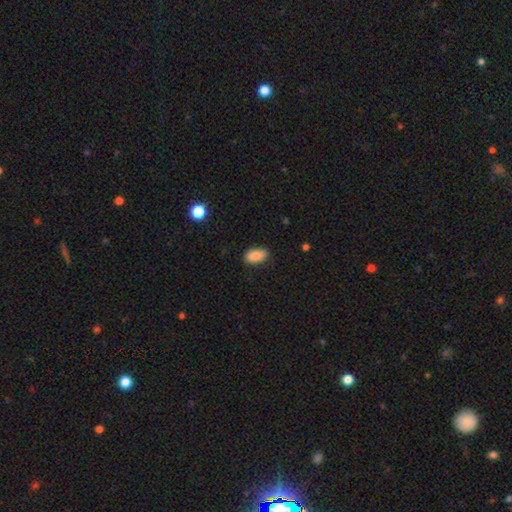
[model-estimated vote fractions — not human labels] Smooth or featured? smooth (87%)
How rounded? in between (92%)
Merging? none (84%)